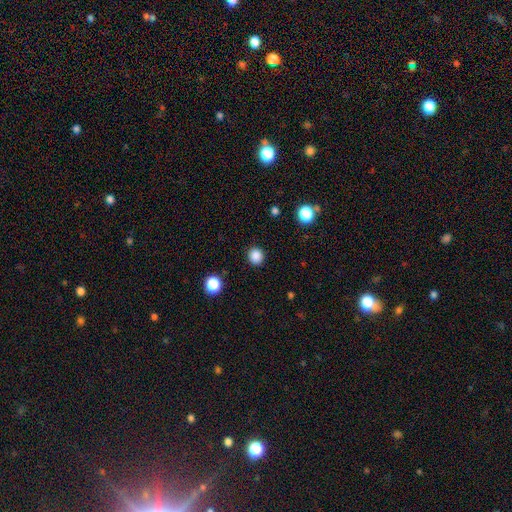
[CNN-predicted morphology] A smooth galaxy with no disk features (86%) that is round (87%).

Vote fractions:
- Smooth or featured? smooth: 86% / star or artifact: 11% / featured or disk: 3%
- How rounded? round: 87% / in between: 12% / cigar-shaped: 1%
- Merging? none: 91% / minor disturbance: 6% / major disturbance: 2% / merger: 1%